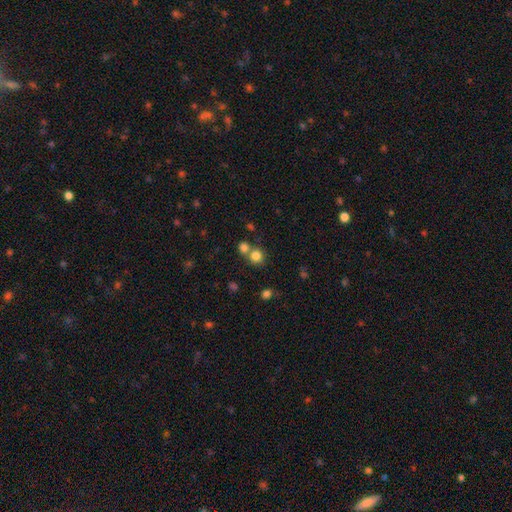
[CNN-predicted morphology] smooth-or-featured: smooth: 80% | star or artifact: 13% | featured or disk: 7%
  how-rounded: round: 89% | in between: 10% | cigar-shaped: 1%
  merging: none: 56% | merger: 35% | minor disturbance: 7% | major disturbance: 3%